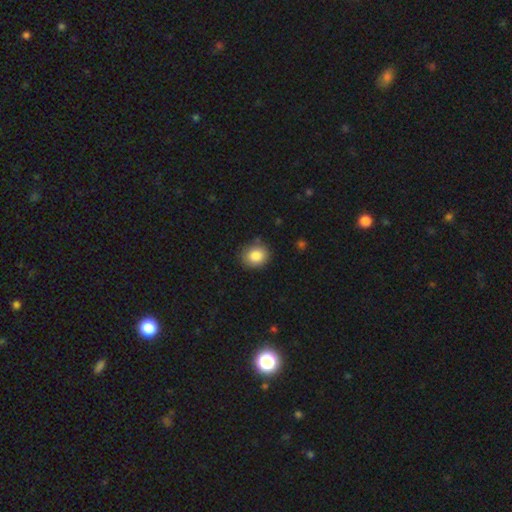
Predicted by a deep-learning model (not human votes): A smooth galaxy with no disk features (86%) that is round (71%). Merging: none (82%).